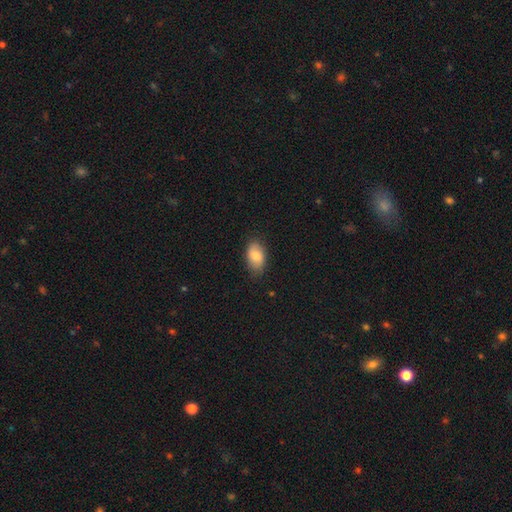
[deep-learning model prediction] Smooth or featured?
  - smooth: 82% *
  - featured or disk: 12%
  - star or artifact: 6%
How rounded?
  - in between: 92% *
  - round: 6%
  - cigar-shaped: 2%
Merging?
  - none: 81% *
  - minor disturbance: 16%
  - major disturbance: 3%
  - merger: 1%